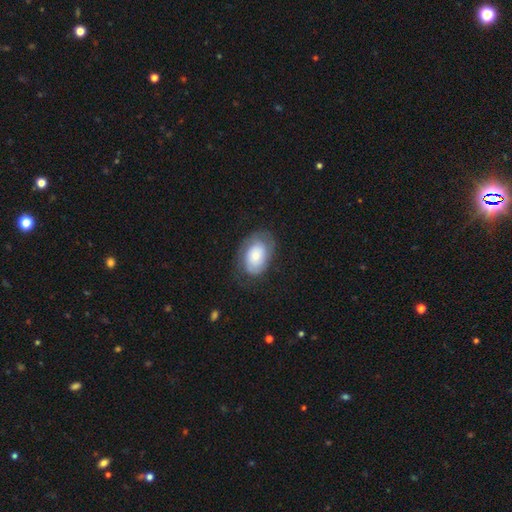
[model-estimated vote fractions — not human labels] Q: Smooth or featured?
A: smooth (52%); runner-up: featured or disk (42%)
Q: How rounded?
A: in between (83%); runner-up: round (16%)
Q: Merging?
A: none (66%); runner-up: minor disturbance (22%)